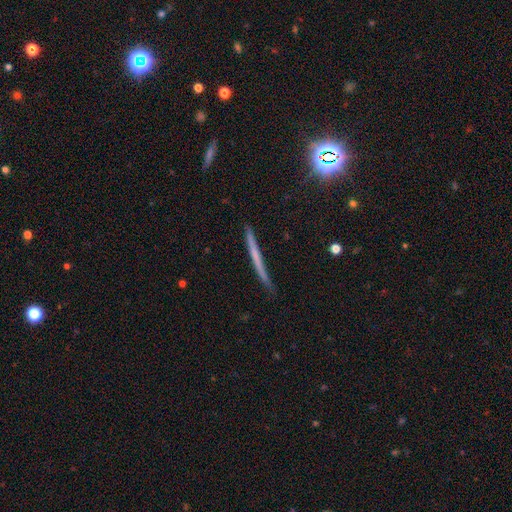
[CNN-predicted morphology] smooth_or_featured: featured or disk (p=0.47) [alt: smooth p=0.43]
merging: none (p=0.82) [alt: minor disturbance p=0.14]